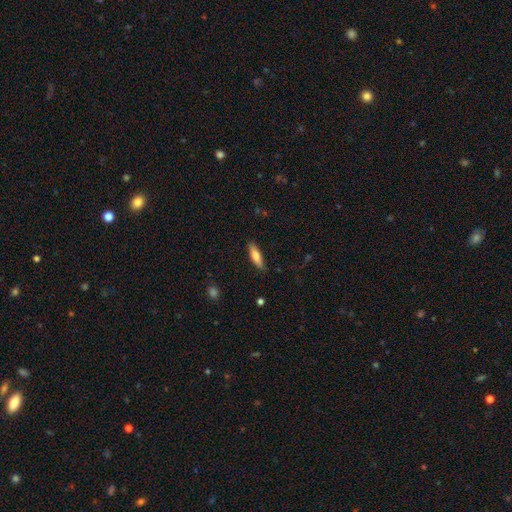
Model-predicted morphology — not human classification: This appears to be a smooth galaxy with no disk features (75%) that is cigar-shaped (63%). Merging: none (87%).